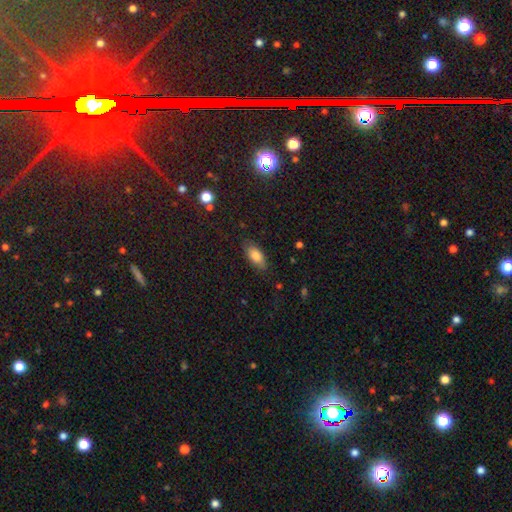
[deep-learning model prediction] Overall: smooth (82%). How rounded: in between (88%). Merging: none (80%).